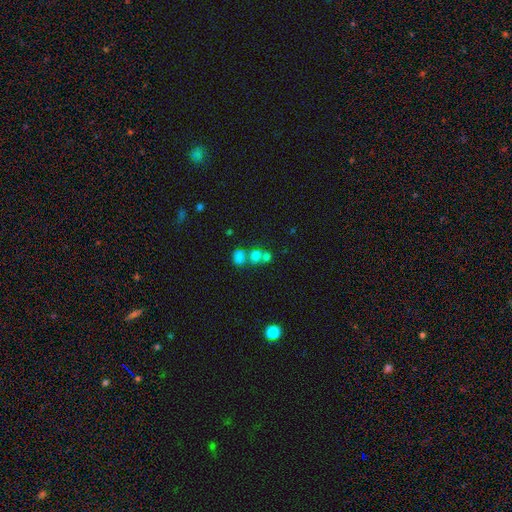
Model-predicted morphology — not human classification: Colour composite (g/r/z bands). It shows a smooth galaxy with no disk features (70%) that is round (55%). Merging: merger (51%).